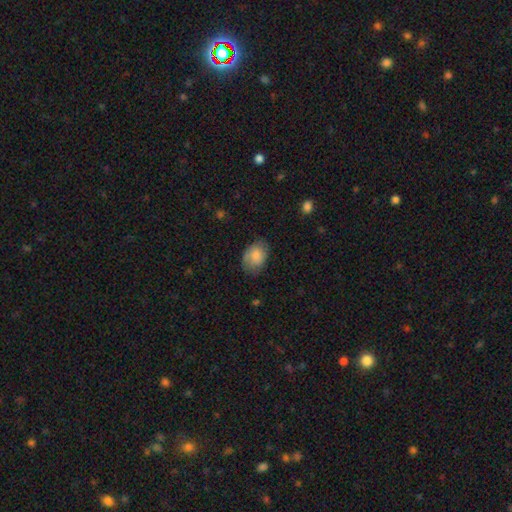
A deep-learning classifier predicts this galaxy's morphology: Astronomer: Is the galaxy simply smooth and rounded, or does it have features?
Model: smooth — 81%.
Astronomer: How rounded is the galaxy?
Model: in between — 81%.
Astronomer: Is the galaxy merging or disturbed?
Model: none — 71%.